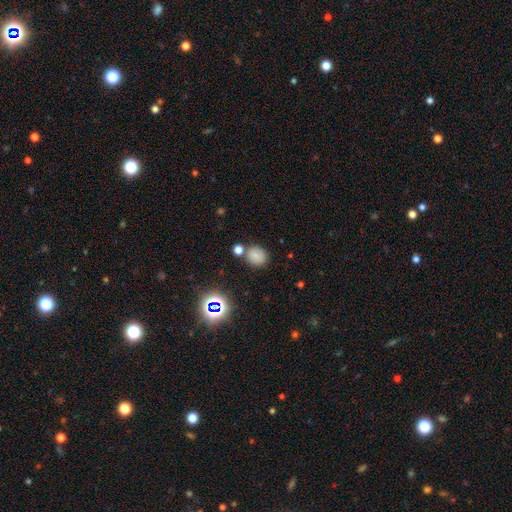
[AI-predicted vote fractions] Smooth or featured? Predicted: smooth (p=0.74). How rounded? Predicted: round (p=0.73). Merging? Predicted: none (p=0.74).